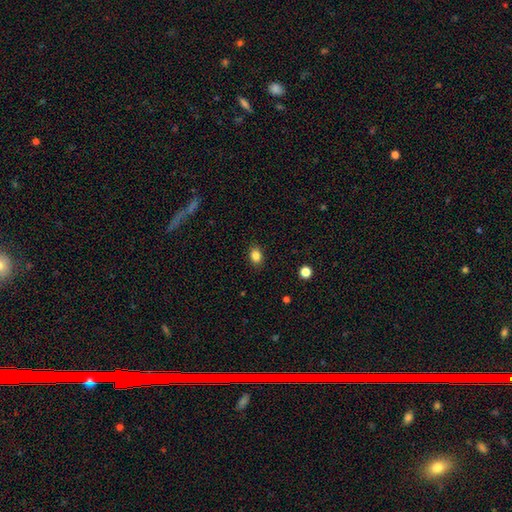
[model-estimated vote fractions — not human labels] A smooth galaxy with no disk features (84%) that is in between round and cigar-shaped (69%). Merging: none (87%).